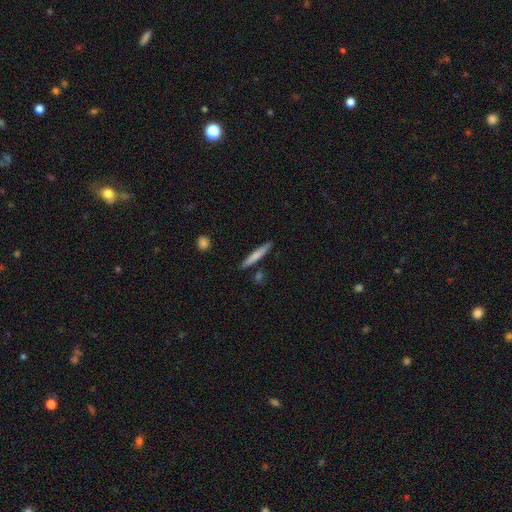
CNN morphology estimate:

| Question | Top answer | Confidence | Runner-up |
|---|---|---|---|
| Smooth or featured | smooth | 71% | featured or disk (24%) |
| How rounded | cigar-shaped | 95% | in between (4%) |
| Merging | none | 87% | minor disturbance (8%) |